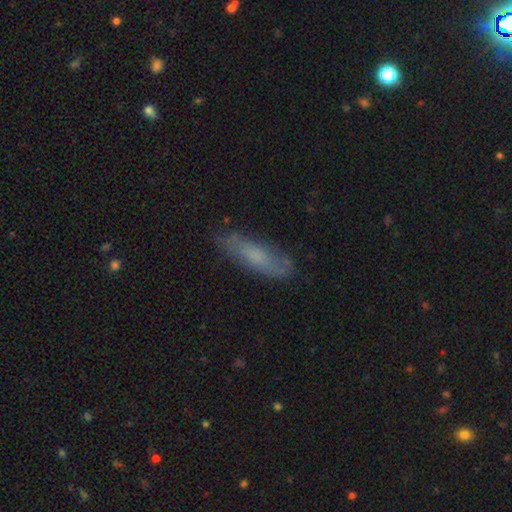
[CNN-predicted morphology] Q: Smooth or featured?
A: smooth (60%); runner-up: featured or disk (33%)
Q: How rounded?
A: cigar-shaped (54%); runner-up: in between (44%)
Q: Merging?
A: none (73%); runner-up: minor disturbance (20%)